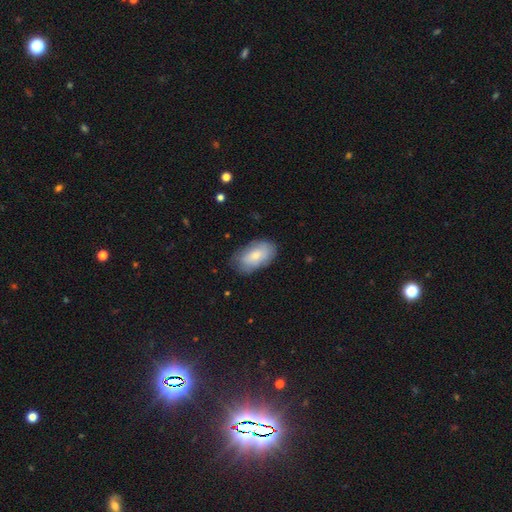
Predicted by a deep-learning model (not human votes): smooth 71%, featured or disk 23%, star or artifact 6%. Down the decision tree: how rounded — in between (94%); merging — none (74%).